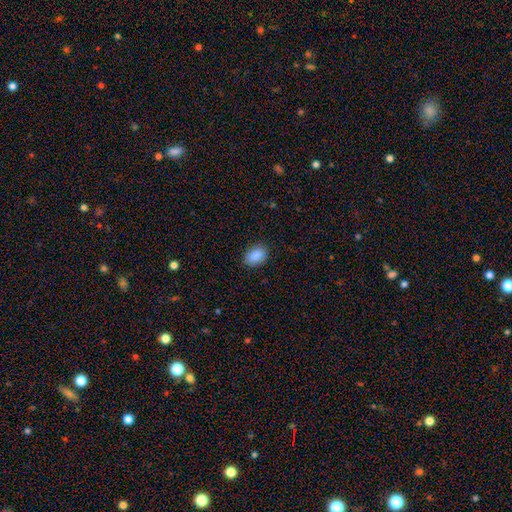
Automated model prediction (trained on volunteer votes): Morphology: type=smooth (89%); roundness=in between (83%); merging=none (89%).